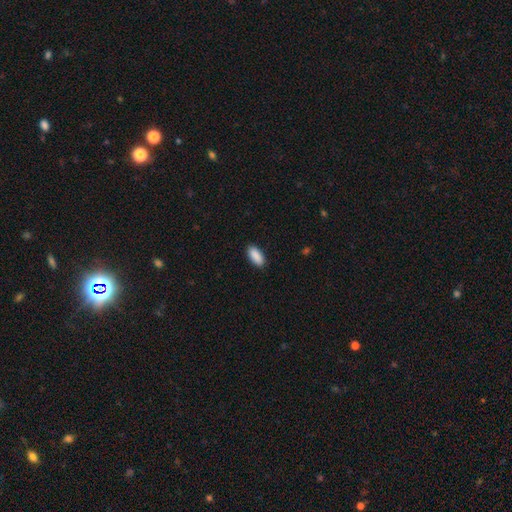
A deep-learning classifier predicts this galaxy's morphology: smooth 91%, star or artifact 6%, featured or disk 3%. Down the decision tree: how rounded — in between (86%); merging — none (89%).